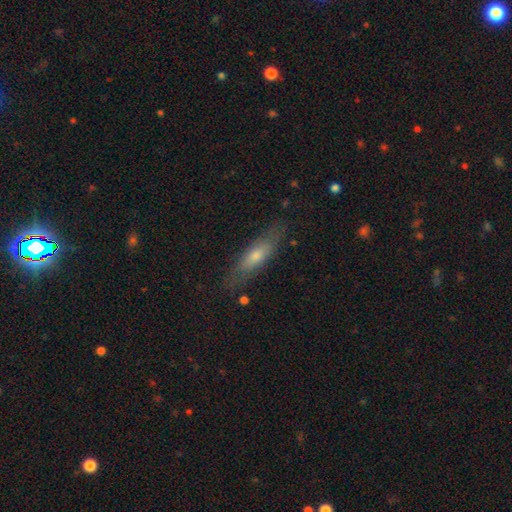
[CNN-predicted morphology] Smooth or featured?
  - smooth: 54% *
  - featured or disk: 38%
  - star or artifact: 8%
How rounded?
  - cigar-shaped: 66% *
  - in between: 32%
  - round: 2%
Merging?
  - none: 80% *
  - minor disturbance: 15%
  - major disturbance: 4%
  - merger: 2%